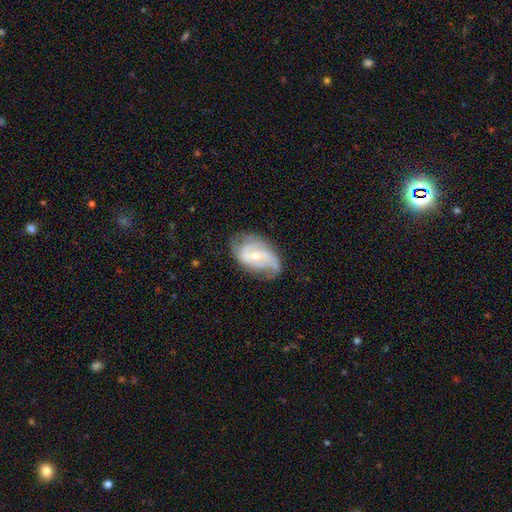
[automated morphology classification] A featured or disk galaxy (81%) with a weak bar (44%), 2 (62%) medium (44%) spiral arms (93%) and a small central bulge (57%).

Vote fractions:
- Smooth or featured? featured or disk: 81% / smooth: 13% / star or artifact: 6%
- Edge-on disk? no: 96% / yes: 4%
- Bar? weak: 44% / no: 42% / strong: 14%
- Spiral arms? yes: 93% / no: 7%
- Spiral winding? medium: 44% / loose: 32% / tight: 24%
- Spiral arm count? 2: 62% / can't tell: 15% / 3: 12% / 1: 5% / 4: 3% / more than 4: 2%
- Bulge size? small: 57% / moderate: 40% / large: 1% / none: 1% / dominant: 1%
- Merging? none: 63% / minor disturbance: 24% / major disturbance: 11% / merger: 2%